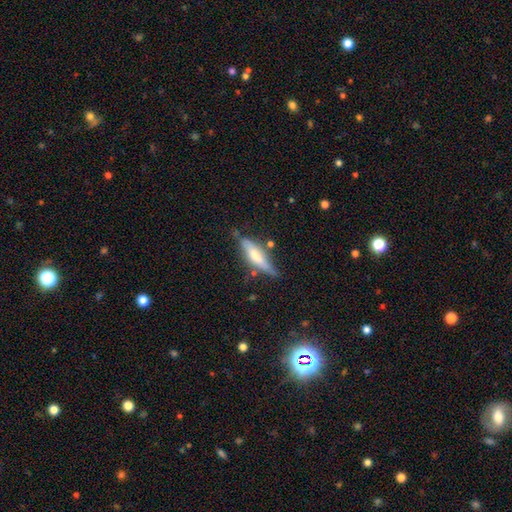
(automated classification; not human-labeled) Morphology: type=smooth (49%); merging=none (65%).